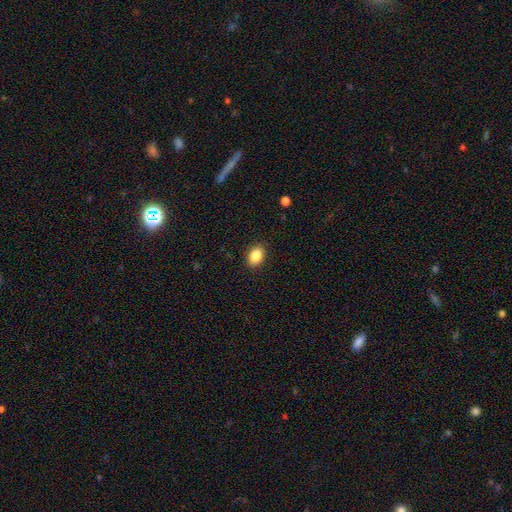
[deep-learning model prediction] A smooth galaxy with no disk features (87%) that is in between round and cigar-shaped (78%). Merging: none (89%).